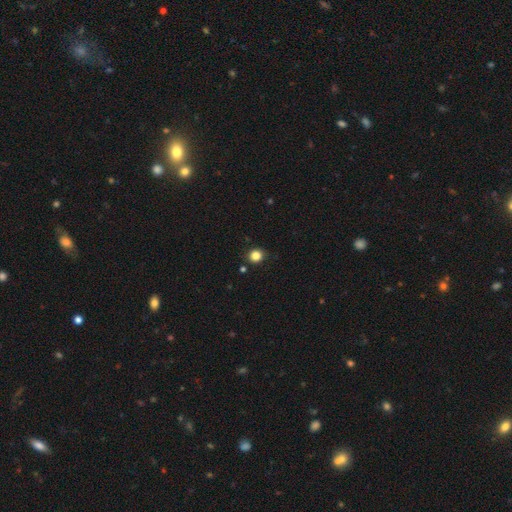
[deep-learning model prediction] Smooth or featured: smooth — 84% (star or artifact — 12%)
How rounded: round — 86% (in between — 13%)
Merging: none — 88% (minor disturbance — 8%)